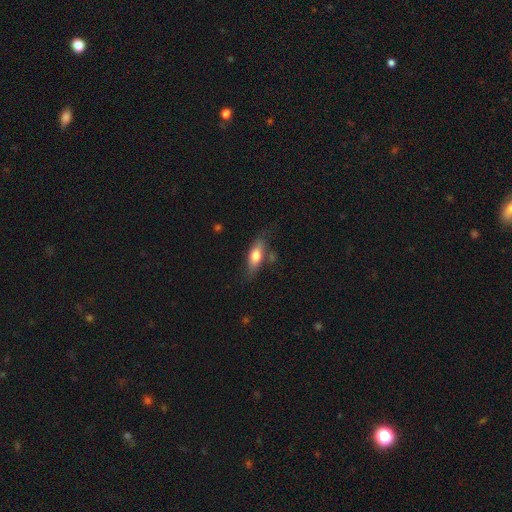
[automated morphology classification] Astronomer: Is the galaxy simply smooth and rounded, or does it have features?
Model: smooth — 68%.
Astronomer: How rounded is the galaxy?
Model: in between — 70%.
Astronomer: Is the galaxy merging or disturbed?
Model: none — 63%.